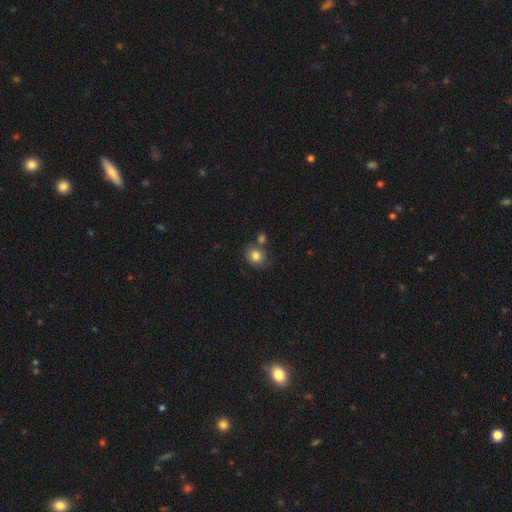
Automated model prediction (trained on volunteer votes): Smooth or featured? smooth (82%)
How rounded? round (66%)
Merging? none (61%)